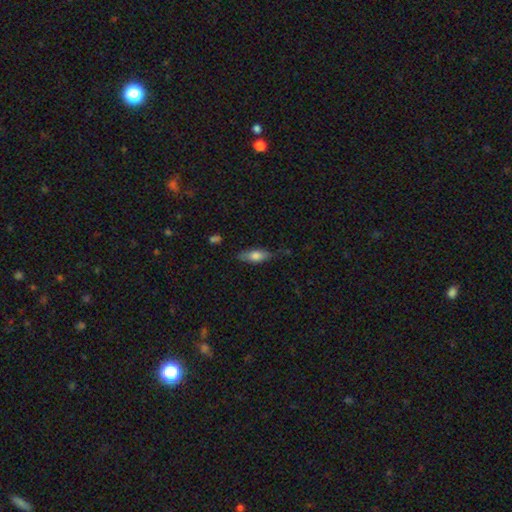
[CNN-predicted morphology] Smooth or featured? smooth (69%)
How rounded? in between (65%)
Merging? none (73%)